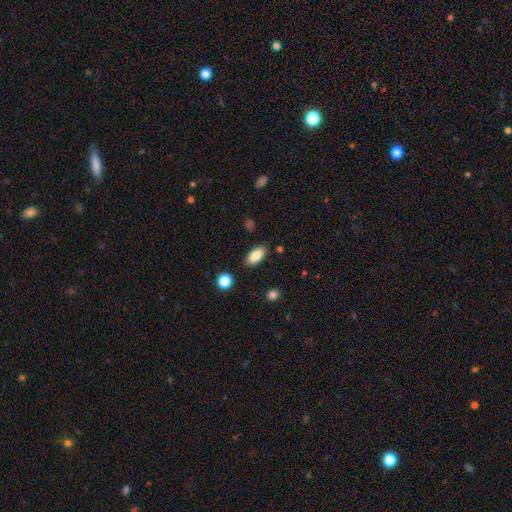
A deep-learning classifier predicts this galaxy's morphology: smooth-or-featured: smooth: 85% | star or artifact: 8% | featured or disk: 7%
  how-rounded: in between: 89% | cigar-shaped: 8% | round: 3%
  merging: none: 86% | minor disturbance: 9% | major disturbance: 2% | merger: 2%